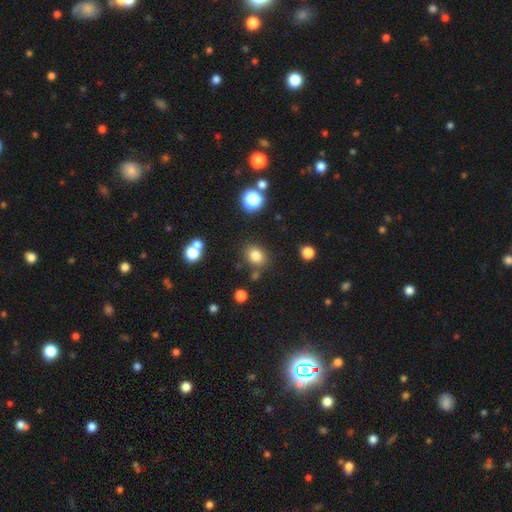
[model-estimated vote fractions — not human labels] A smooth galaxy with no disk features (81%) that is round (56%). Merging: none (78%).